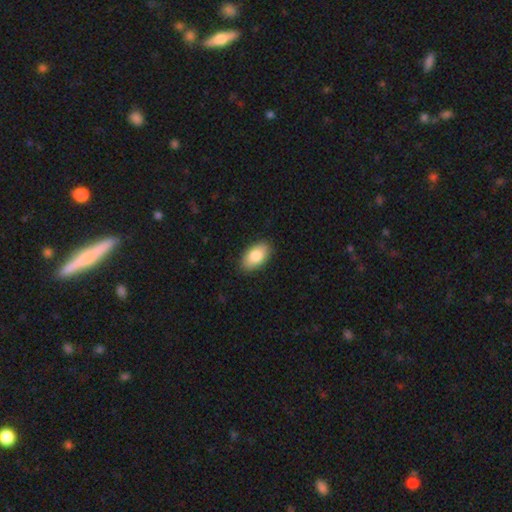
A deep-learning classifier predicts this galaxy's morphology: A smooth galaxy with no disk features (85%) that is in between round and cigar-shaped (94%). Merging: none (88%).